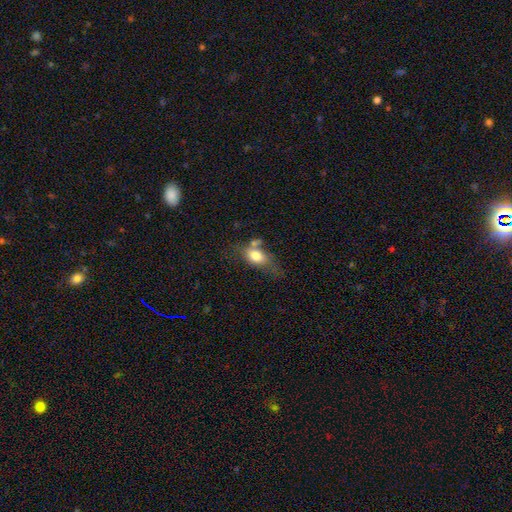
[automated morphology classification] smooth_or_featured: smooth (p=0.76) [alt: featured or disk p=0.17]
how_rounded: in between (p=0.80) [alt: round p=0.15]
merging: none (p=0.38) [alt: minor disturbance p=0.25]